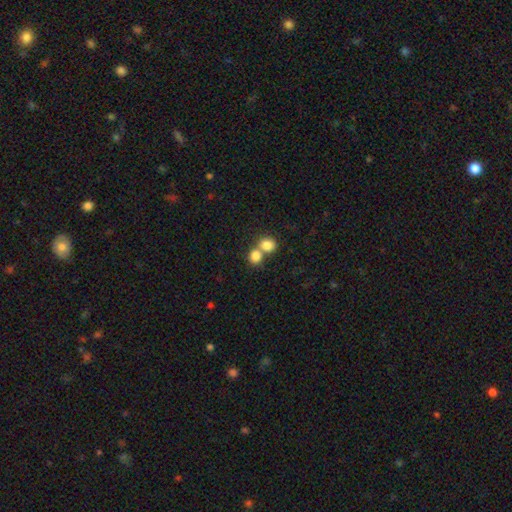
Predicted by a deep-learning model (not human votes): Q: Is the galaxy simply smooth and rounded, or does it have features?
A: smooth — 82%.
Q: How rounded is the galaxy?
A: round — 76%.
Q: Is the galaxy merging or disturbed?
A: merger — 55%.